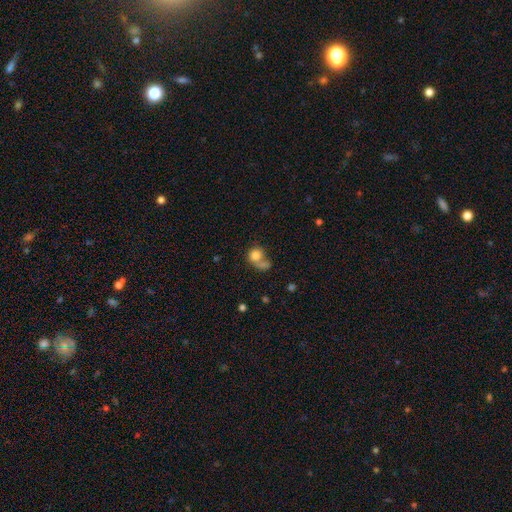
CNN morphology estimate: This is likely a smooth galaxy (78%). How rounded: likely round (75%). Merging: marginally merger (39%).